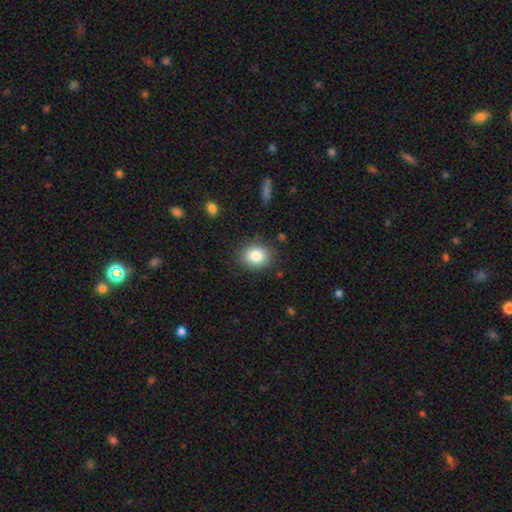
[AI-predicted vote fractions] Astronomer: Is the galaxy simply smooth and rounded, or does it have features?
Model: smooth — 84%.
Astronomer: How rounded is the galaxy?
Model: round — 58% (runner-up: in between, 41%).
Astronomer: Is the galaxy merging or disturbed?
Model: none — 86%.